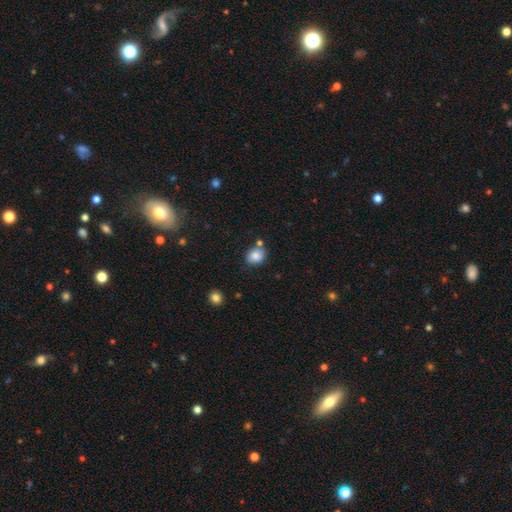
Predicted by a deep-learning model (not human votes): smooth-or-featured: smooth: 84% | star or artifact: 9% | featured or disk: 7%
  how-rounded: round: 55% | in between: 44% | cigar-shaped: 1%
  merging: none: 70% | minor disturbance: 15% | merger: 11% | major disturbance: 3%